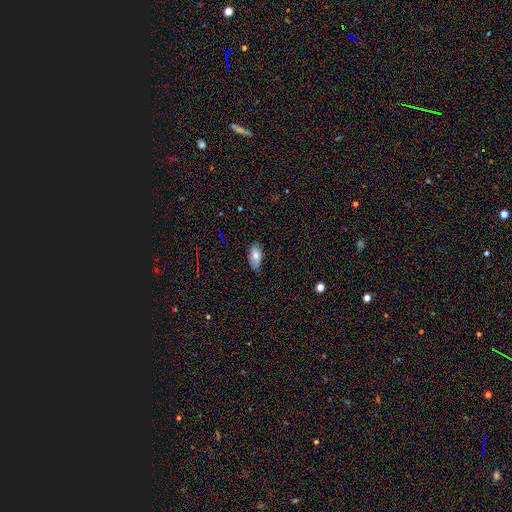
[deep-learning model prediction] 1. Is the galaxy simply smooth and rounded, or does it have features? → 77% smooth, 14% featured or disk, 10% star or artifact.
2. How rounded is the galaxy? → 92% in between, 5% cigar-shaped, 3% round.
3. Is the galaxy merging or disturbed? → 69% none, 26% minor disturbance, 4% major disturbance, 1% merger.